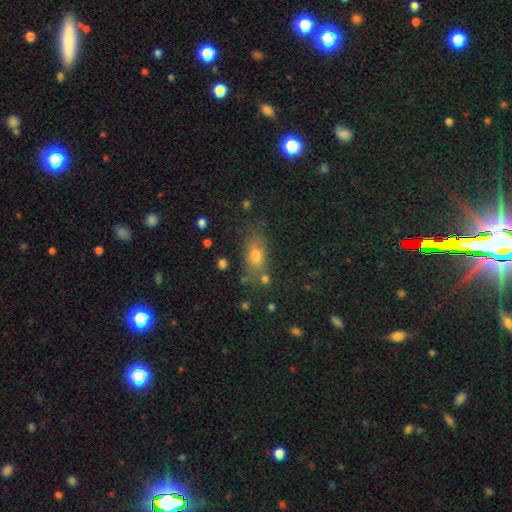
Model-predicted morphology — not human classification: Q: Smooth or featured?
A: smooth (70%); runner-up: star or artifact (15%)
Q: How rounded?
A: in between (74%); runner-up: round (15%)
Q: Merging?
A: none (69%); runner-up: minor disturbance (17%)